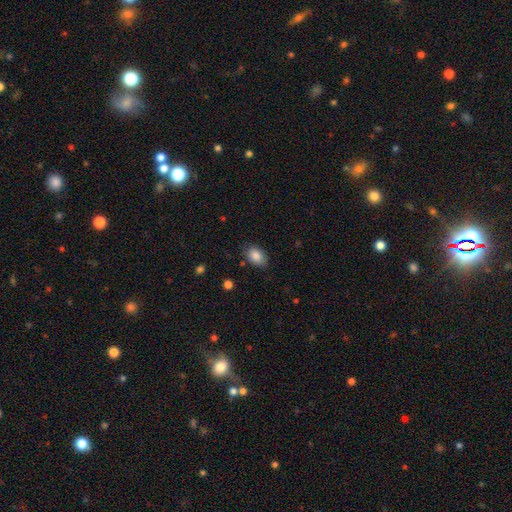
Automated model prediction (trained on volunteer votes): Smooth or featured?
  - smooth: 87% *
  - star or artifact: 8%
  - featured or disk: 6%
How rounded?
  - in between: 86% *
  - round: 13%
  - cigar-shaped: 1%
Merging?
  - none: 82% *
  - minor disturbance: 14%
  - major disturbance: 3%
  - merger: 1%